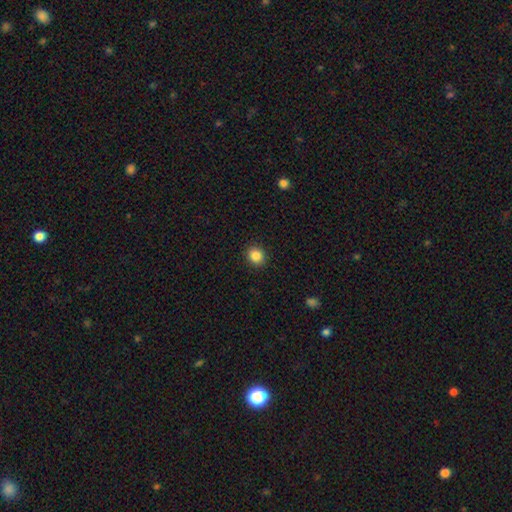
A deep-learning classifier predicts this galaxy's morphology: smooth-or-featured: smooth: 86% | star or artifact: 10% | featured or disk: 4%
  how-rounded: round: 82% | in between: 17% | cigar-shaped: 1%
  merging: none: 92% | minor disturbance: 6% | major disturbance: 2% | merger: 1%